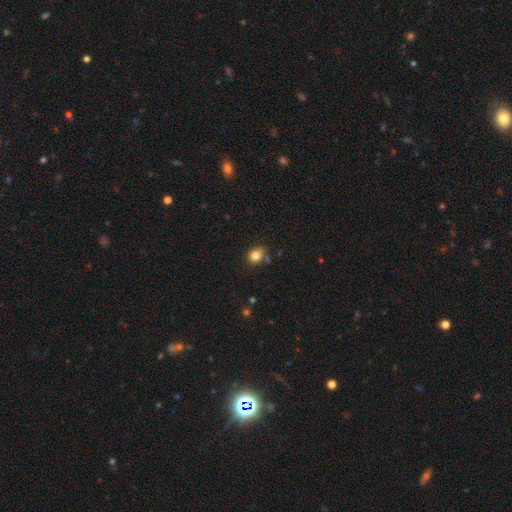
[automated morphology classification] A smooth galaxy with no disk features (82%) that is round (50%).

Vote fractions:
- Smooth or featured? smooth: 82% / star or artifact: 11% / featured or disk: 7%
- How rounded? round: 50% / in between: 48% / cigar-shaped: 1%
- Merging? none: 70% / minor disturbance: 19% / merger: 7% / major disturbance: 4%